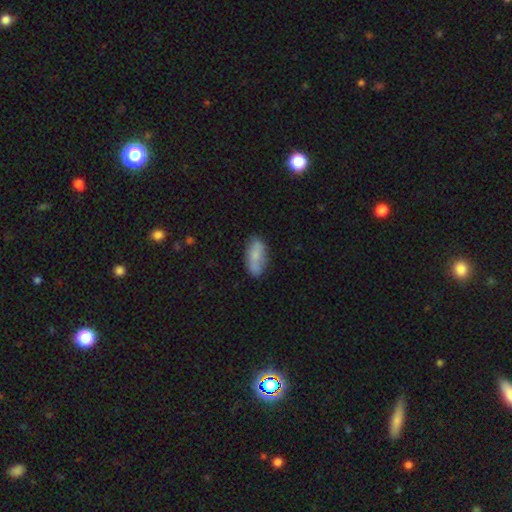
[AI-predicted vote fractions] This appears to be a smooth galaxy with no disk features (69%) that is in between round and cigar-shaped (86%). Merging: none (64%).